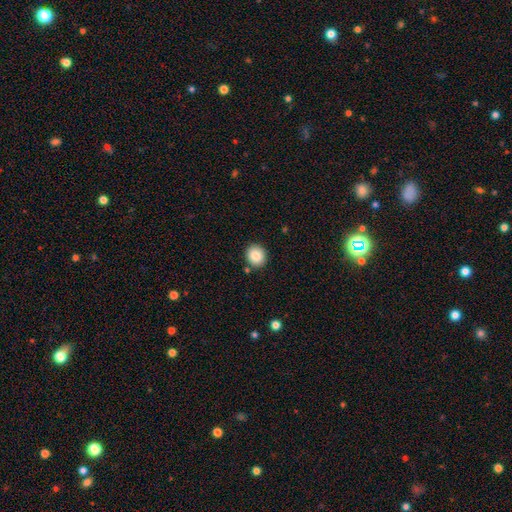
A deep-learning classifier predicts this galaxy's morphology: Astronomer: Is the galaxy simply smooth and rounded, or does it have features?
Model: smooth — 86%.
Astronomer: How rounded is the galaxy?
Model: round — 77%.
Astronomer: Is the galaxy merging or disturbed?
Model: none — 86%.